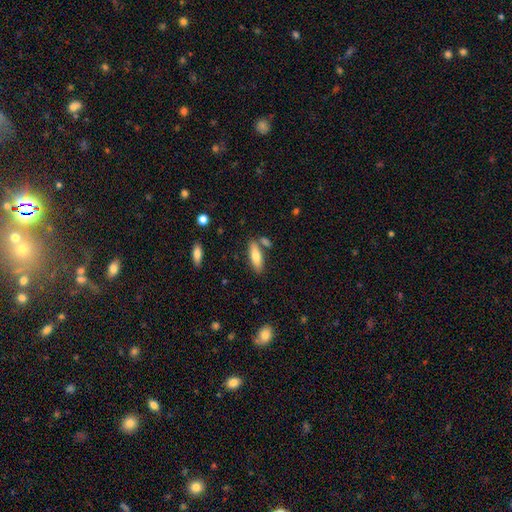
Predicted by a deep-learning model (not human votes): Smooth or featured?
  - smooth: 77% *
  - featured or disk: 17%
  - star or artifact: 6%
How rounded?
  - in between: 55% *
  - cigar-shaped: 44%
  - round: 2%
Merging?
  - none: 73% *
  - minor disturbance: 13%
  - merger: 12%
  - major disturbance: 3%